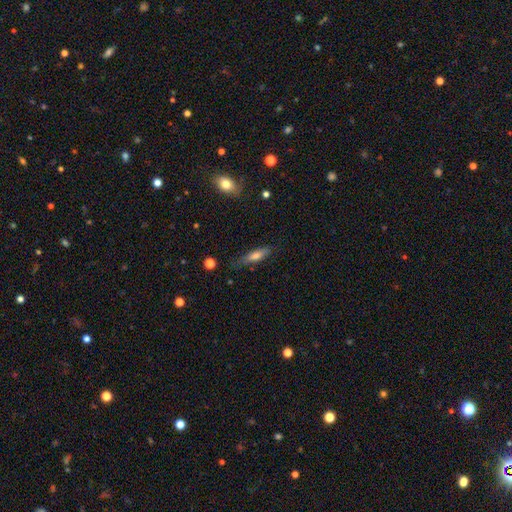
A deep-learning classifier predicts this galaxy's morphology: Overall: smooth (65%; featured or disk 27%). How rounded: cigar-shaped (65%; in between 32%). Merging: none (72%).